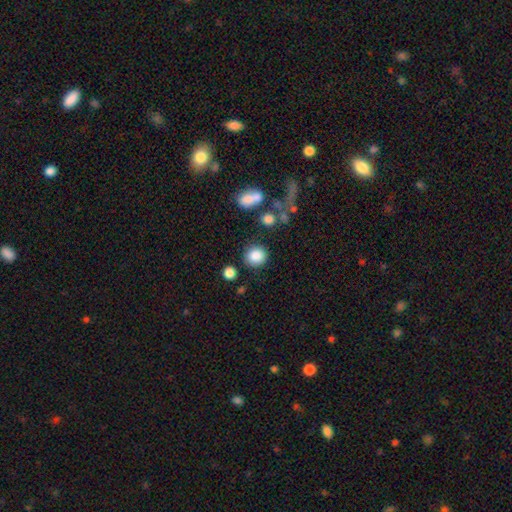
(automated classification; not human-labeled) This is clearly a smooth galaxy (86%). How rounded: clearly round (84%). Merging: clearly none (82%).